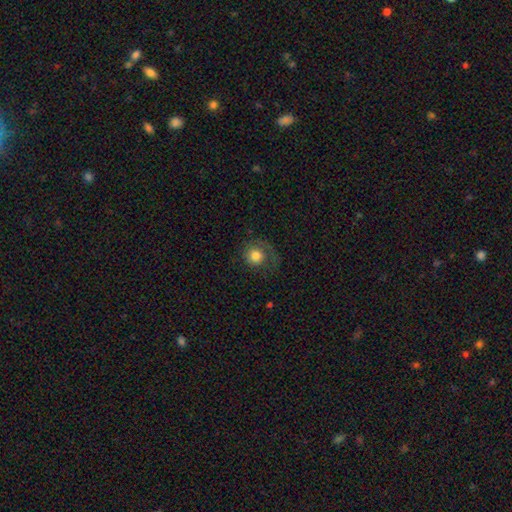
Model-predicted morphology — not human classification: smooth 74%, featured or disk 17%, star or artifact 9%. Down the decision tree: how rounded — round (85%); merging — none (54%).